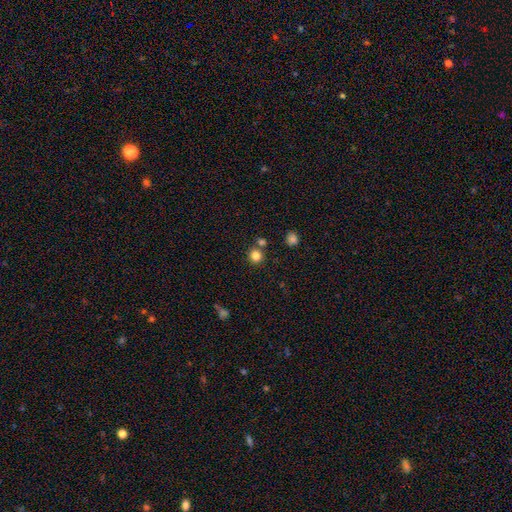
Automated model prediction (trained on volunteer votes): Morphology: type=smooth (82%); roundness=round (91%); merging=none (78%).